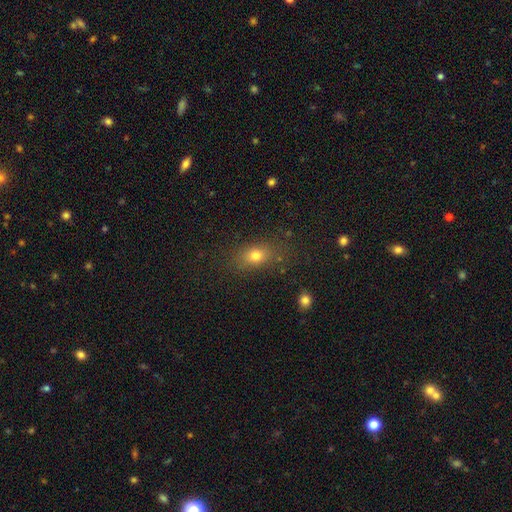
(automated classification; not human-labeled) Smooth or featured? Predicted: smooth (p=0.75). How rounded? Predicted: in between (p=0.63). Merging? Predicted: none (p=0.78).